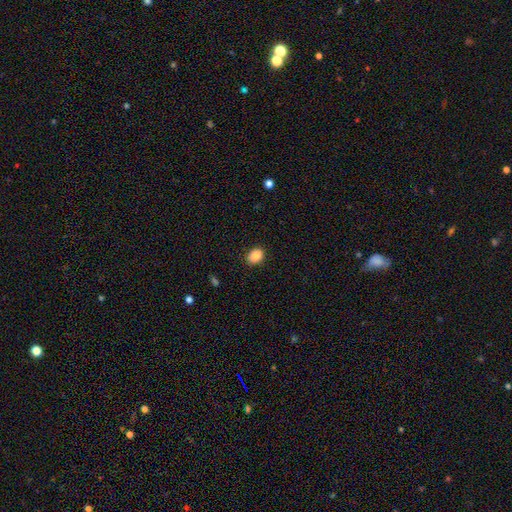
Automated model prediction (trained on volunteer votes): Morphology: type=smooth (89%); roundness=in between (65%); merging=none (87%).